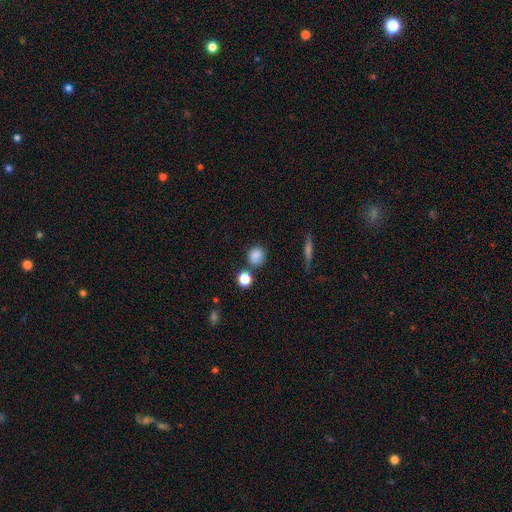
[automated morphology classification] type=smooth (84%); roundness=round (77%); merging=none (73%).